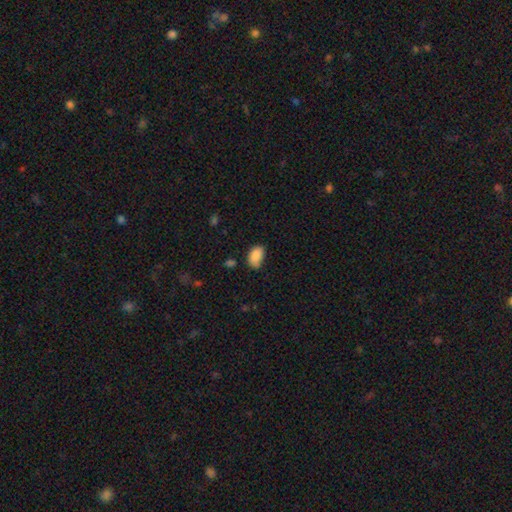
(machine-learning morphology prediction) smooth 87%, star or artifact 8%, featured or disk 6%. Down the decision tree: how rounded — in between (90%); merging — none (59%).